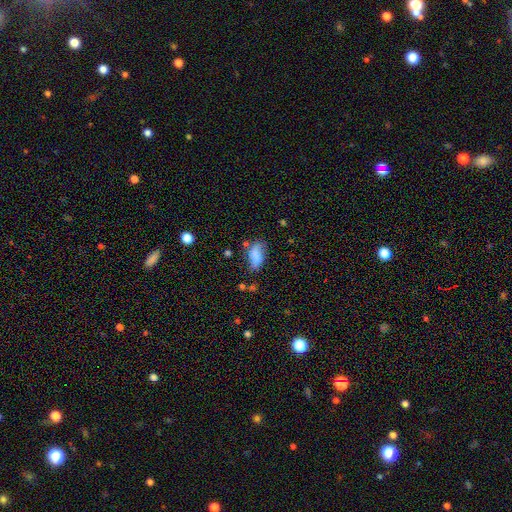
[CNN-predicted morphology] Overall: smooth (73%). How rounded: in between (89%). Merging: none (51%; minor disturbance 29%).